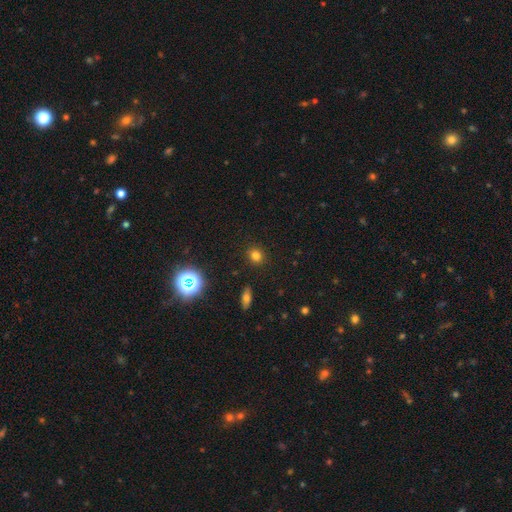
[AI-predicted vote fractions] A smooth galaxy with no disk features (76%) that is round (83%). Merging: none (90%).